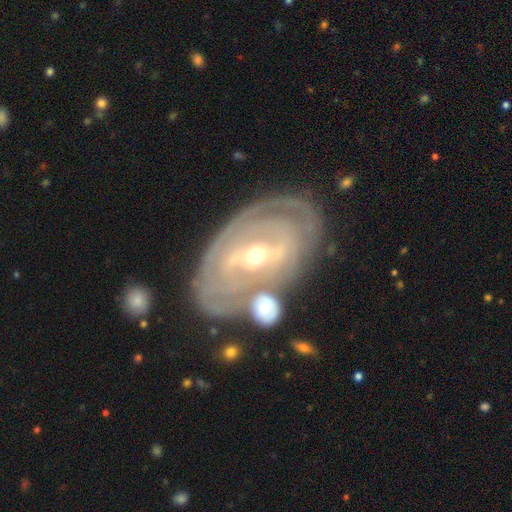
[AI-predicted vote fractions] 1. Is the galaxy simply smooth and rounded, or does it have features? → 87% featured or disk, 8% smooth, 5% star or artifact.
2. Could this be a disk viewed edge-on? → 94% no, 6% yes.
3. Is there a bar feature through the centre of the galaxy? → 41% weak, 40% strong, 20% no.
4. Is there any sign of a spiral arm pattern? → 88% yes, 12% no.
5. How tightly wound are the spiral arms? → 80% tight, 15% medium, 5% loose.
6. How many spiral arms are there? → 48% can't tell, 22% 2, 12% 3, 8% 4, 5% more than 4, 5% 1.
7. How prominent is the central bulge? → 52% small, 45% moderate, 2% large, 1% none, 1% dominant.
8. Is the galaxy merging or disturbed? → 63% none, 16% minor disturbance, 13% merger, 7% major disturbance.